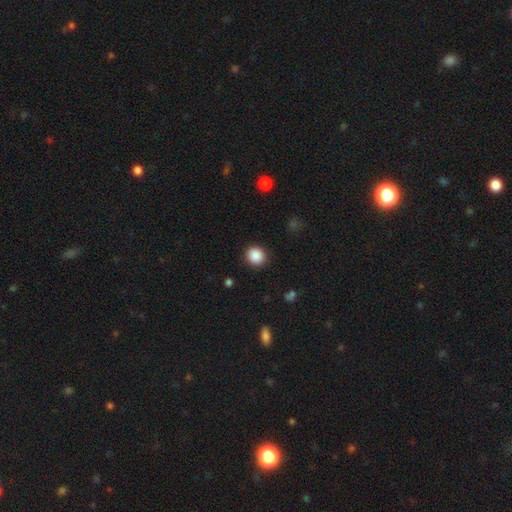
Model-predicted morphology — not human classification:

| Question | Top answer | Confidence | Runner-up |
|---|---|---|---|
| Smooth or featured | smooth | 88% | star or artifact (9%) |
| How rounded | round | 85% | in between (14%) |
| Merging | none | 90% | minor disturbance (7%) |